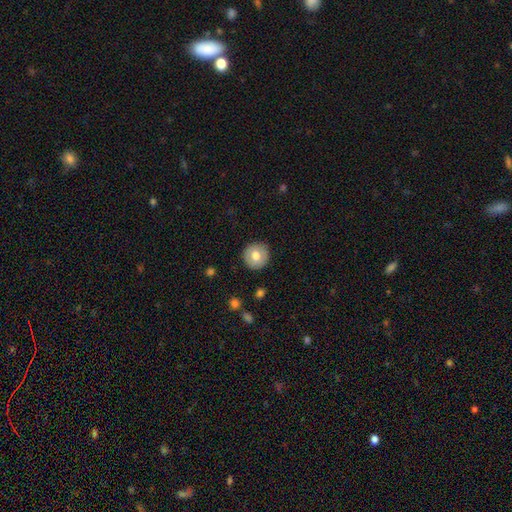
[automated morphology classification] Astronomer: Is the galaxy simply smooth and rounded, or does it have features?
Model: smooth — 73%.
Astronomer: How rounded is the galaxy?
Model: round — 94%.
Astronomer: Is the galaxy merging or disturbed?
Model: none — 90%.